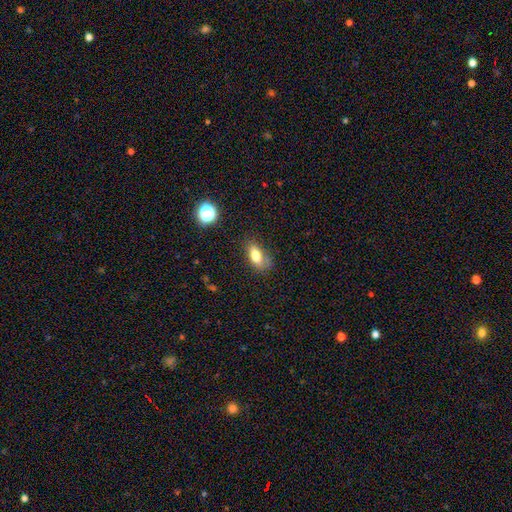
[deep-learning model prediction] A smooth galaxy with no disk features (77%) that is in between round and cigar-shaped (83%).

Vote fractions:
- Smooth or featured? smooth: 77% / featured or disk: 13% / star or artifact: 10%
- How rounded? in between: 83% / cigar-shaped: 10% / round: 7%
- Merging? none: 69% / minor disturbance: 22% / major disturbance: 7% / merger: 3%